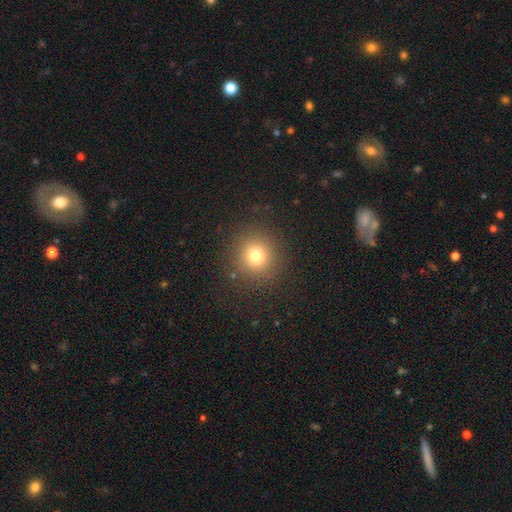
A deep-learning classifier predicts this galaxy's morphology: Smooth or featured?
  - smooth: 75% *
  - star or artifact: 16%
  - featured or disk: 9%
How rounded?
  - round: 93% *
  - in between: 6%
  - cigar-shaped: 1%
Merging?
  - none: 89% *
  - minor disturbance: 7%
  - major disturbance: 3%
  - merger: 1%